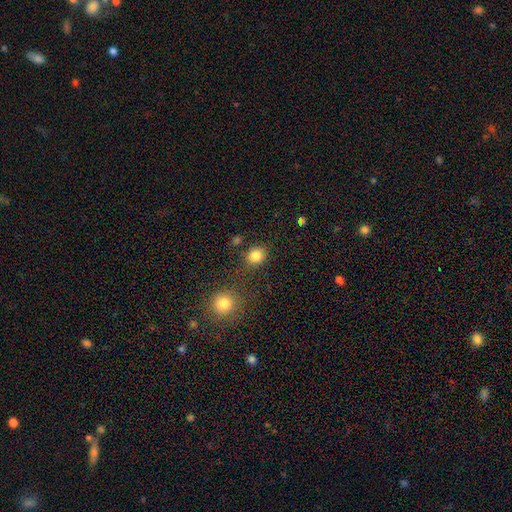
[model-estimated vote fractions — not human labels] A smooth galaxy with no disk features (84%) that is round (75%). Merging: none (79%).